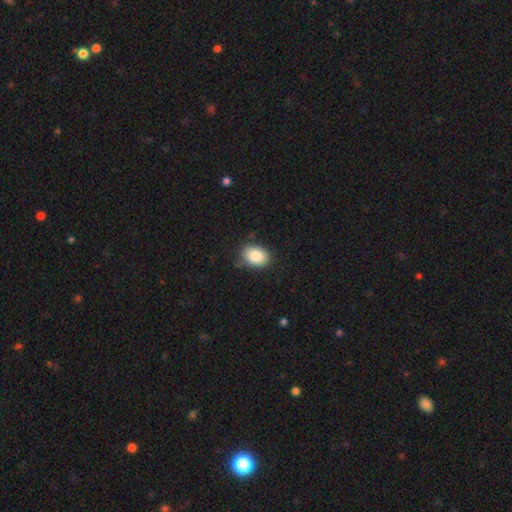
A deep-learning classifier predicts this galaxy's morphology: Smooth or featured? Predicted: smooth (p=0.86). How rounded? Predicted: in between (p=0.74). Merging? Predicted: none (p=0.80).